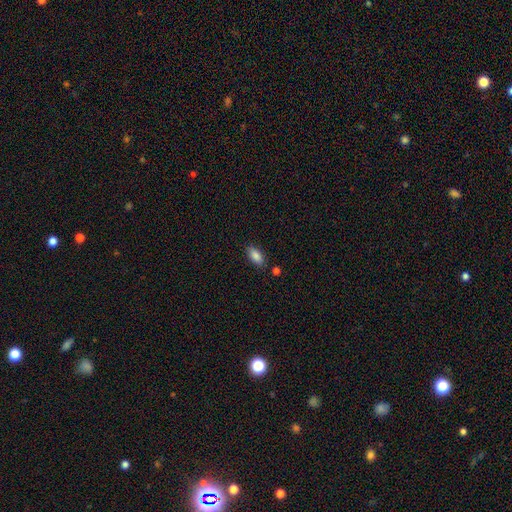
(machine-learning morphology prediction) Smooth or featured? Predicted: smooth (p=0.86). How rounded? Predicted: in between (p=0.89). Merging? Predicted: none (p=0.83).